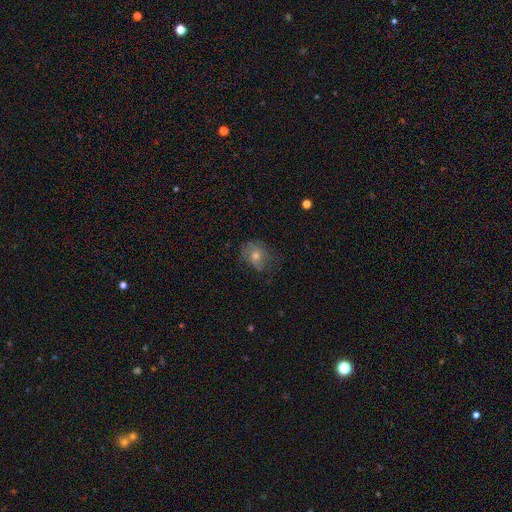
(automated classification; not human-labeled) Q: Smooth or featured?
A: smooth (48%); runner-up: featured or disk (35%)
Q: Merging?
A: none (57%); runner-up: minor disturbance (26%)